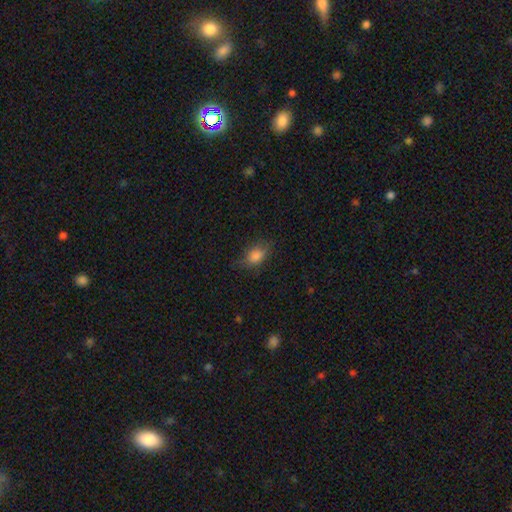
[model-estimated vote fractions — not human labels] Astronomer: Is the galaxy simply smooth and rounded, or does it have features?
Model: smooth — 83%.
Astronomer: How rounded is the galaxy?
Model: in between — 79%.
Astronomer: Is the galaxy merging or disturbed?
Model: none — 70%.